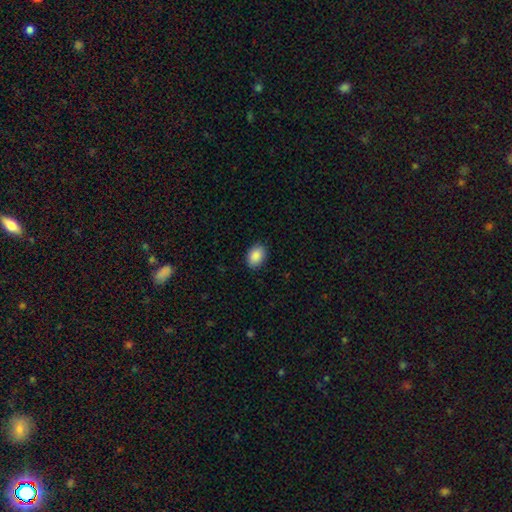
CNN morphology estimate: smooth-or-featured: smooth: 89% | star or artifact: 7% | featured or disk: 3%
  how-rounded: in between: 83% | round: 16% | cigar-shaped: 1%
  merging: none: 88% | minor disturbance: 9% | major disturbance: 2% | merger: 1%